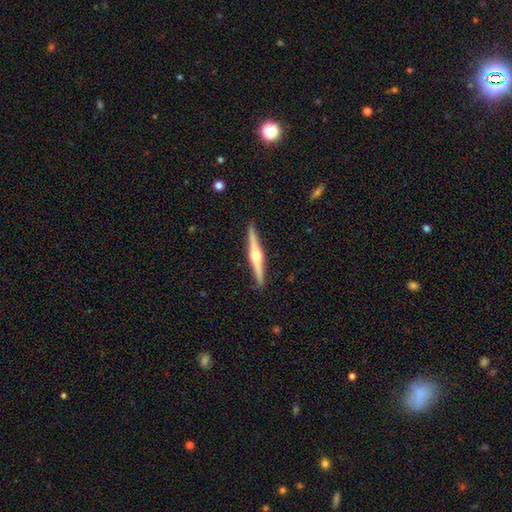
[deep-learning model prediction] Q: Smooth or featured?
A: featured or disk (76%); runner-up: smooth (19%)
Q: Edge-on disk?
A: yes (98%); runner-up: no (2%)
Q: Edge-on bulge?
A: rounded (90%); runner-up: boxy (7%)
Q: Merging?
A: none (92%); runner-up: minor disturbance (6%)